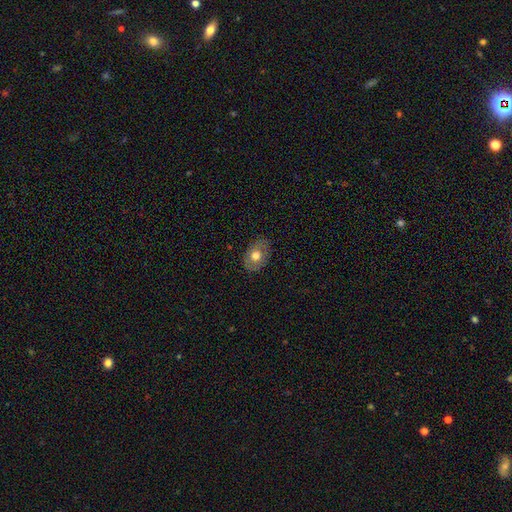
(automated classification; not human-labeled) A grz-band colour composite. It shows a smooth galaxy with no disk features (65%) that is in between round and cigar-shaped (77%). Merging: none (83%).